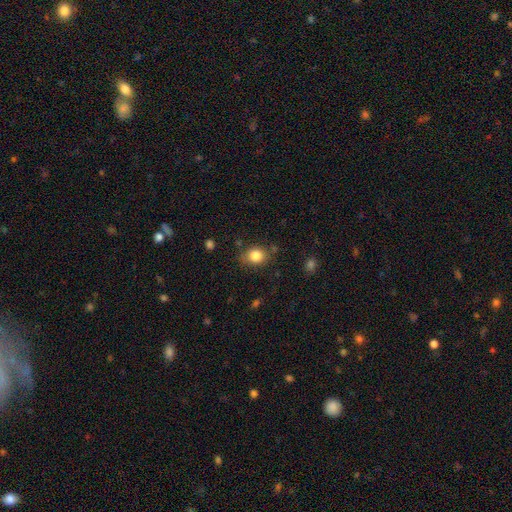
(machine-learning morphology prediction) A smooth galaxy with no disk features (83%) that is round (56%).

Vote fractions:
- Smooth or featured? smooth: 83% / star or artifact: 10% / featured or disk: 7%
- How rounded? round: 56% / in between: 43% / cigar-shaped: 1%
- Merging? none: 76% / minor disturbance: 16% / major disturbance: 4% / merger: 3%